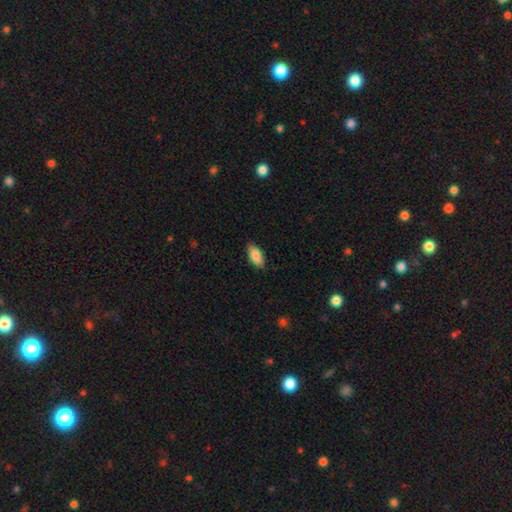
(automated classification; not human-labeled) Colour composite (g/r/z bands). It shows a smooth galaxy with no disk features (86%) that is in between round and cigar-shaped (90%). Merging: none (85%).